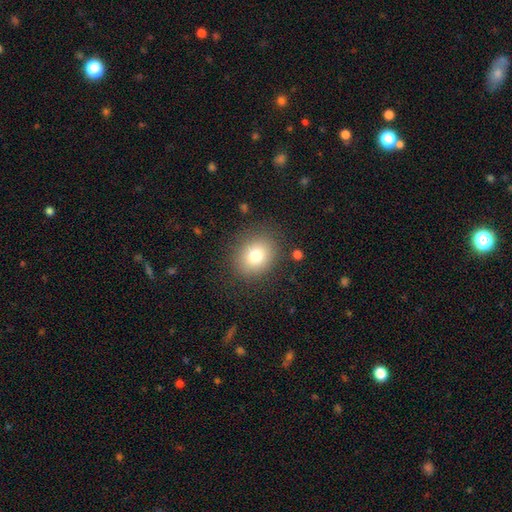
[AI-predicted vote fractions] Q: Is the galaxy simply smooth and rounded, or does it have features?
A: smooth — 77%.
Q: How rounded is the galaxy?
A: round — 67%.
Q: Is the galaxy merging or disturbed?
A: none — 85%.